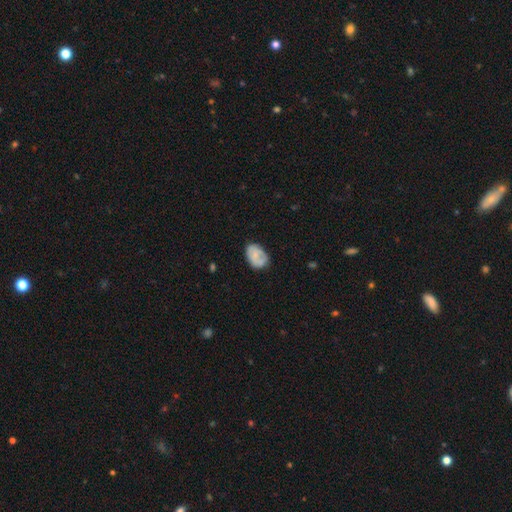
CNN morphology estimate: Q: Smooth or featured?
A: smooth (64%); runner-up: featured or disk (28%)
Q: How rounded?
A: in between (80%); runner-up: round (19%)
Q: Merging?
A: none (61%); runner-up: minor disturbance (28%)